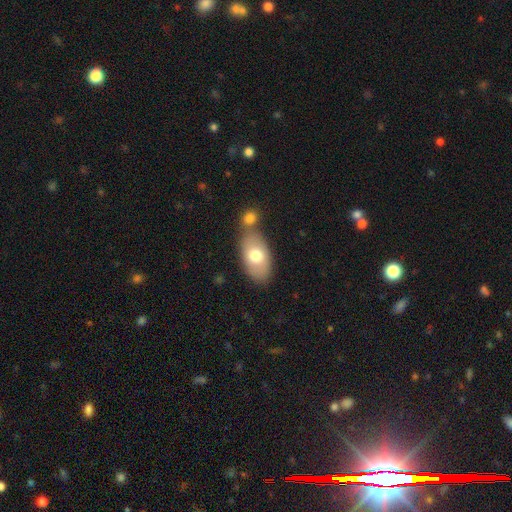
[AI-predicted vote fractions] smooth_or_featured: smooth (p=0.71) [alt: featured or disk p=0.22]
how_rounded: in between (p=0.91) [alt: round p=0.07]
merging: none (p=0.58) [alt: merger p=0.26]